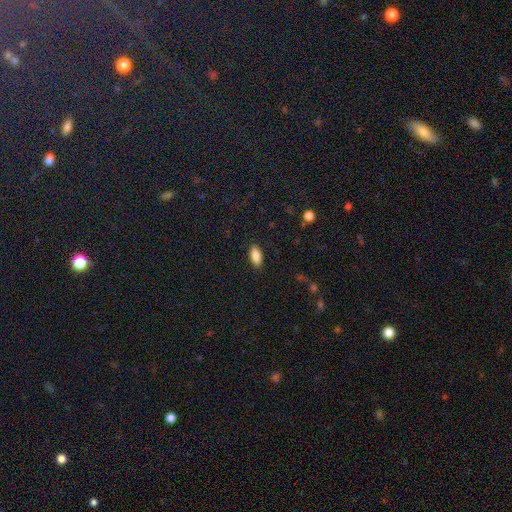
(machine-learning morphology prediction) Q: Smooth or featured?
A: smooth (88%); runner-up: star or artifact (7%)
Q: How rounded?
A: in between (89%); runner-up: cigar-shaped (8%)
Q: Merging?
A: none (88%); runner-up: minor disturbance (8%)